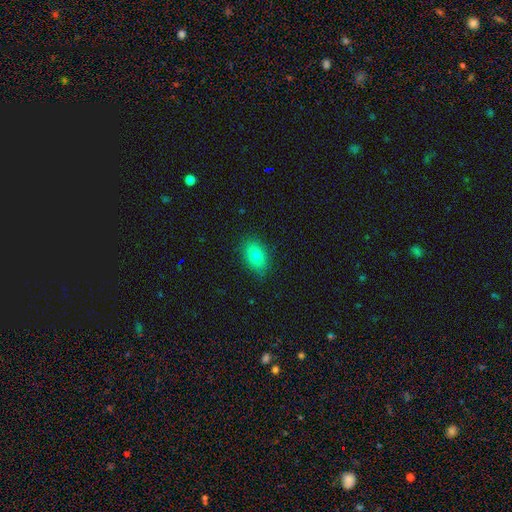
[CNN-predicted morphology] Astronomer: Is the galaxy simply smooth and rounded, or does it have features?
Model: smooth — 78%.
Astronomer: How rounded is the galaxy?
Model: in between — 84%.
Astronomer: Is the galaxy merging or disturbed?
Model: none — 86%.